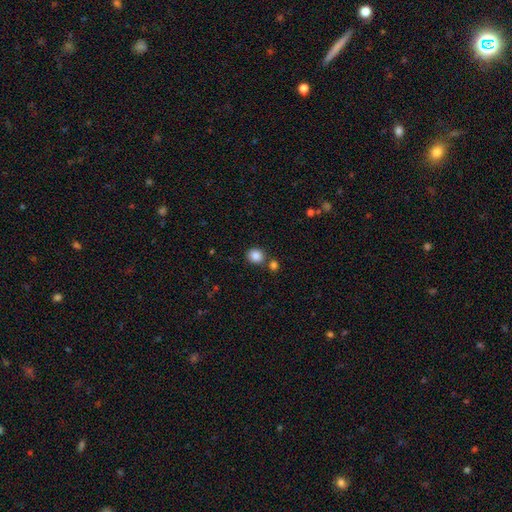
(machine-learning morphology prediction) smooth 86%, star or artifact 10%, featured or disk 4%. Down the decision tree: how rounded — round (79%); merging — none (77%).